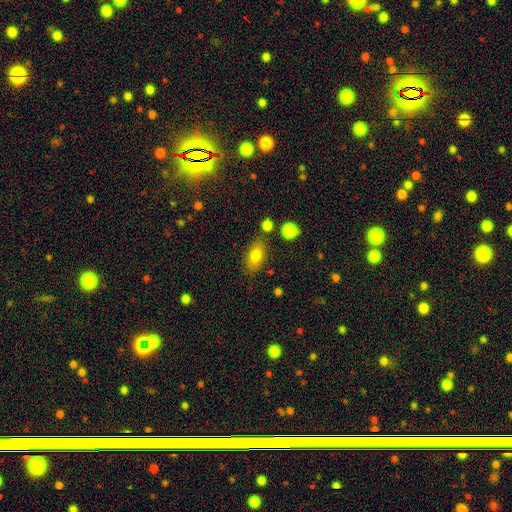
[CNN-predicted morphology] Smooth or featured? Predicted: smooth (p=0.79). How rounded? Predicted: in between (p=0.86). Merging? Predicted: none (p=0.77).